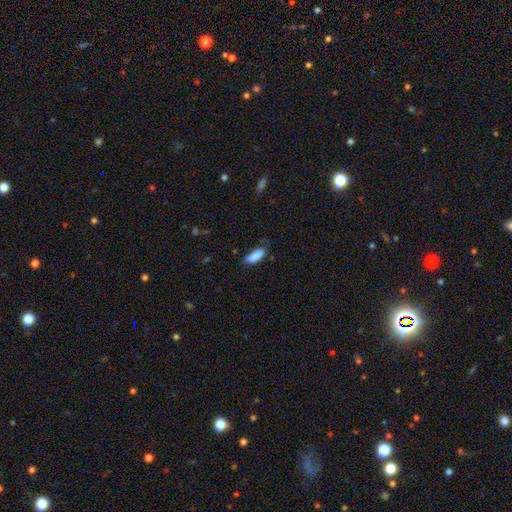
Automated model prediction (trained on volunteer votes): Q: Smooth or featured?
A: smooth (85%); runner-up: star or artifact (7%)
Q: How rounded?
A: in between (71%); runner-up: cigar-shaped (27%)
Q: Merging?
A: none (57%); runner-up: minor disturbance (32%)